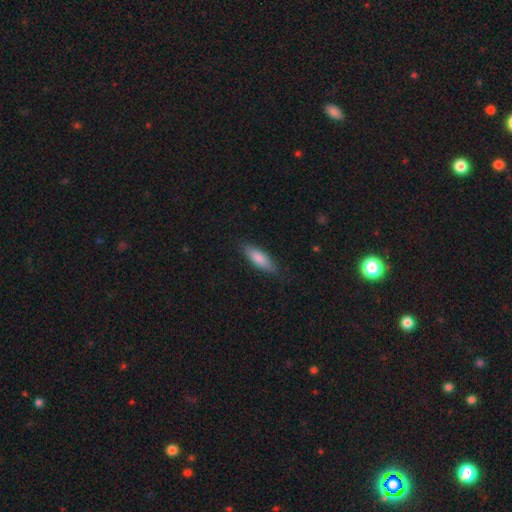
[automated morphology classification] This is clearly a smooth galaxy (80%). How rounded: possibly cigar-shaped (51%). Merging: clearly none (84%).